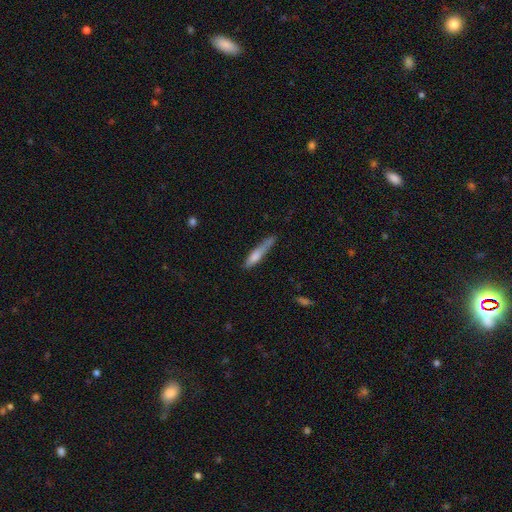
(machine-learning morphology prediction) The model was most divided on "merging": none: 48%, minor disturbance: 33%, major disturbance: 13%, merger: 7%. More confident: how rounded — cigar-shaped (85%); smooth or featured — smooth (72%).